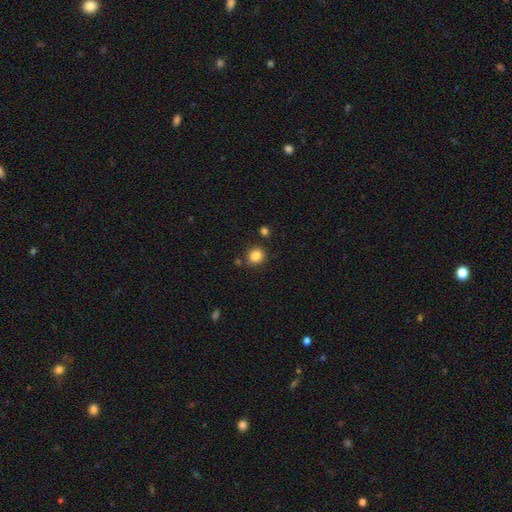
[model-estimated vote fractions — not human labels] Smooth or featured? smooth (86%)
How rounded? round (72%)
Merging? none (79%)